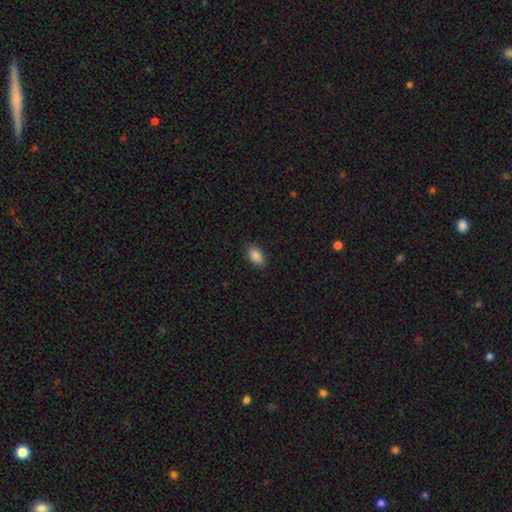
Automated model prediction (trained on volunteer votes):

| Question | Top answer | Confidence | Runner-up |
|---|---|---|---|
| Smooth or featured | smooth | 88% | star or artifact (8%) |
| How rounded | in between | 91% | round (7%) |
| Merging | none | 88% | minor disturbance (9%) |